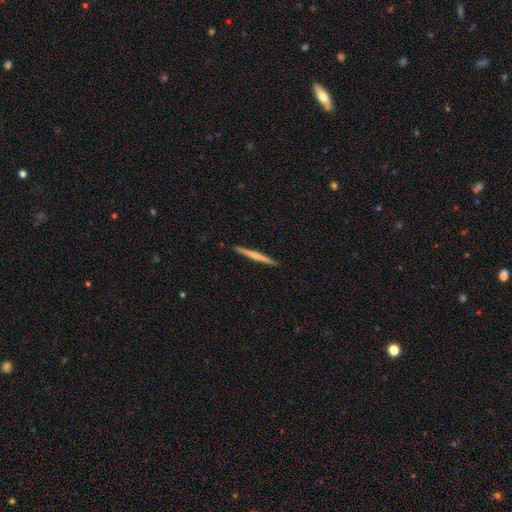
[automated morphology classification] smooth_or_featured: featured or disk (p=0.51) [alt: smooth p=0.44]
disk_edge_on: yes (p=0.98) [alt: no p=0.02]
merging: none (p=0.93) [alt: minor disturbance p=0.05]